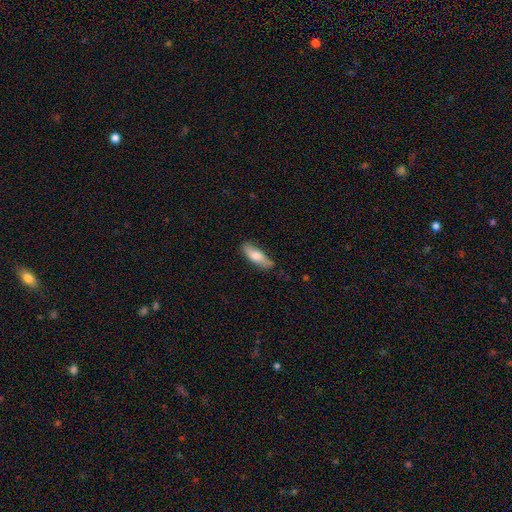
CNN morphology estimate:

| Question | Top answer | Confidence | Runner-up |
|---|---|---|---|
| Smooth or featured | smooth | 71% | featured or disk (23%) |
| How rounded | in between | 56% | cigar-shaped (41%) |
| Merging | none | 72% | minor disturbance (22%) |